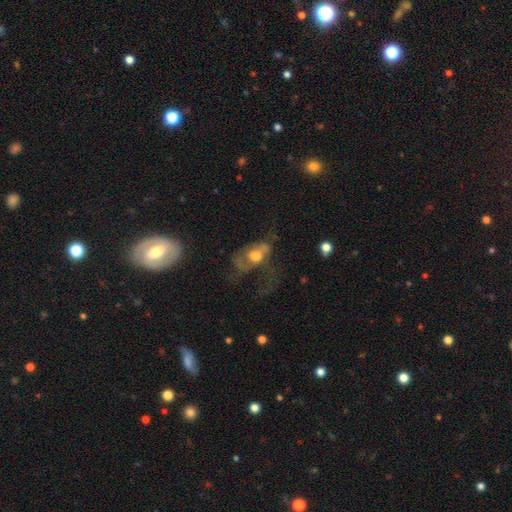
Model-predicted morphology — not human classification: Q: Smooth or featured?
A: featured or disk (51%); runner-up: smooth (40%)
Q: Edge-on disk?
A: no (90%); runner-up: yes (10%)
Q: Merging?
A: major disturbance (52%); runner-up: none (25%)